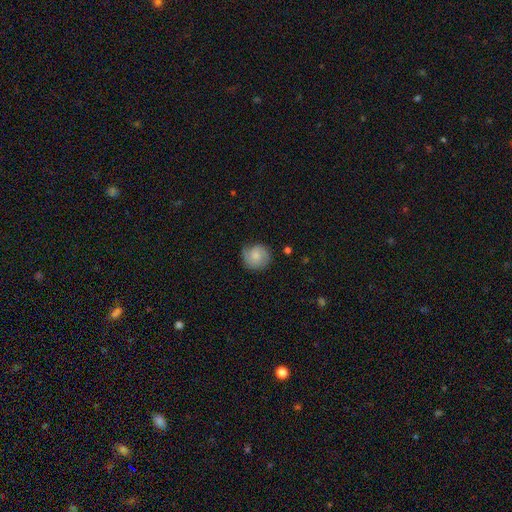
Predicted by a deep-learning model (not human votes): Smooth or featured? Predicted: smooth (p=0.58). How rounded? Predicted: round (p=0.89). Merging? Predicted: none (p=0.76).